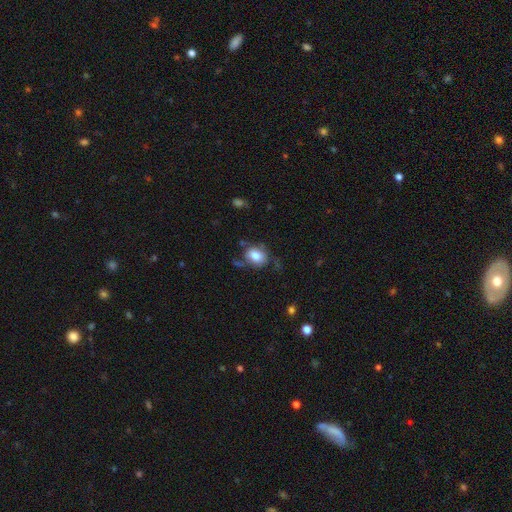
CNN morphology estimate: smooth 77%, featured or disk 15%, star or artifact 9%. Down the decision tree: how rounded — in between (51%); merging — none (55%).